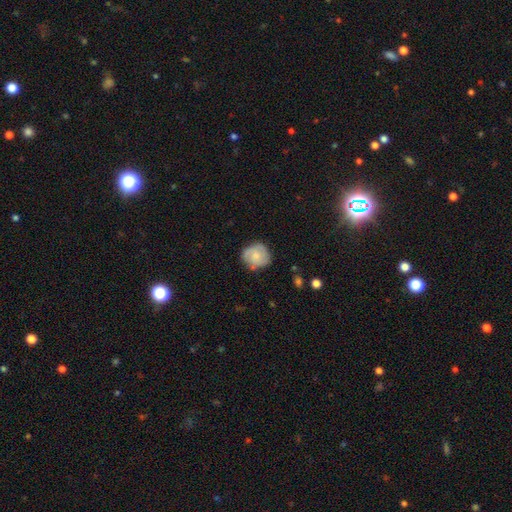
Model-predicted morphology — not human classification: Overall: smooth (54%; featured or disk 39%). How rounded: round (81%). Merging: none (72%).